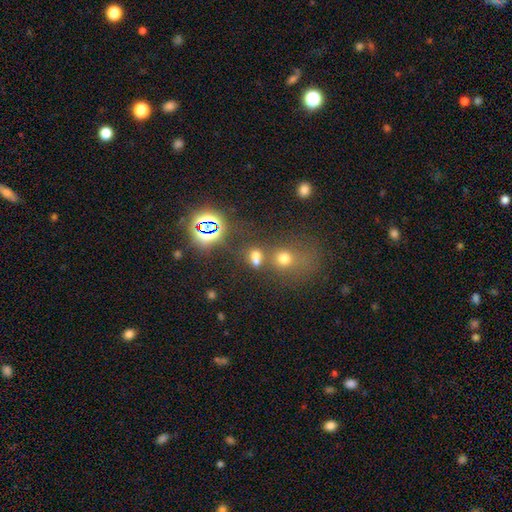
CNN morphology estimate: Overall: smooth (57%; star or artifact 32%). How rounded: round (63%; in between 35%). Merging: none (47%; merger 37%).